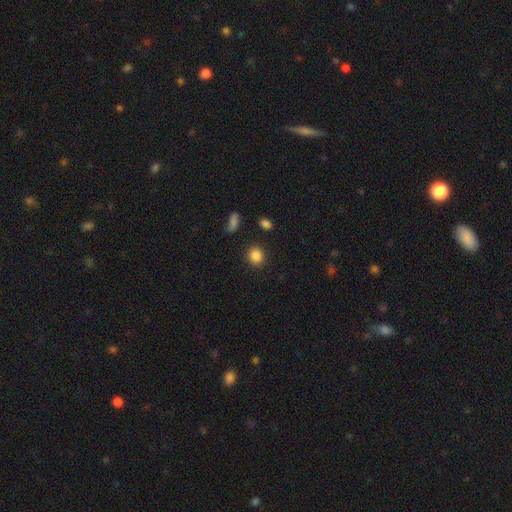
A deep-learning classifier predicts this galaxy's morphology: Smooth or featured? smooth (86%)
How rounded? round (78%)
Merging? none (88%)